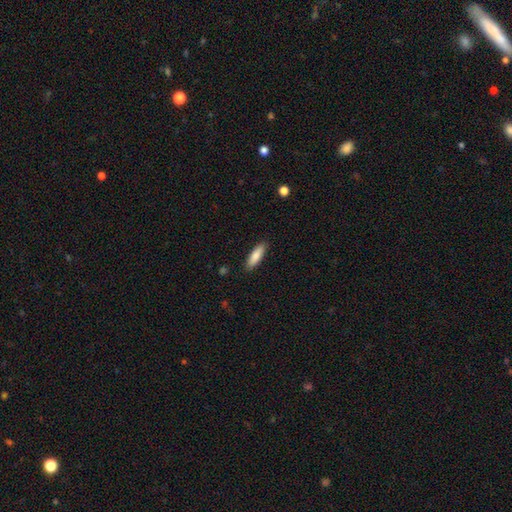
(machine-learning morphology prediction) Smooth or featured? Predicted: smooth (p=0.82). How rounded? Predicted: cigar-shaped (p=0.59). Merging? Predicted: none (p=0.88).